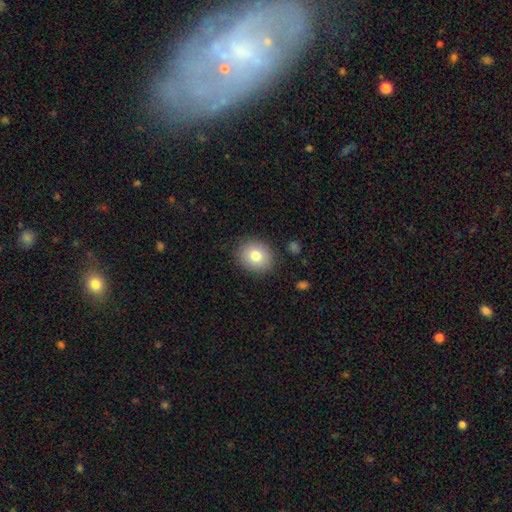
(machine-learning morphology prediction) smooth-or-featured: smooth: 80% | featured or disk: 11% | star or artifact: 10%
  how-rounded: round: 72% | in between: 27% | cigar-shaped: 1%
  merging: none: 87% | minor disturbance: 9% | major disturbance: 3% | merger: 2%